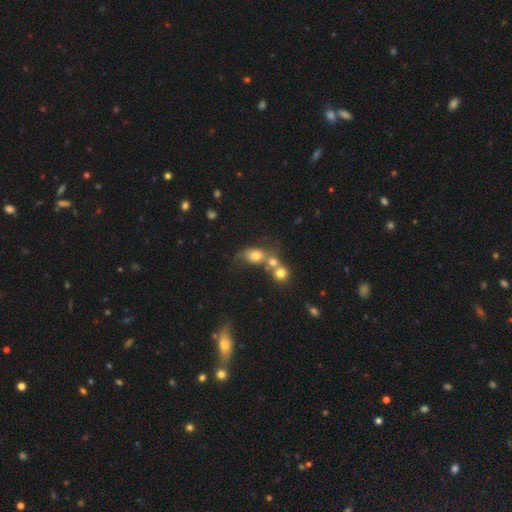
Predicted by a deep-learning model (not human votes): A smooth galaxy with no disk features (69%) that is in between round and cigar-shaped (56%).

Vote fractions:
- Smooth or featured? smooth: 69% / featured or disk: 17% / star or artifact: 13%
- How rounded? in between: 56% / round: 42% / cigar-shaped: 2%
- Merging? merger: 45% / none: 30% / minor disturbance: 14% / major disturbance: 11%